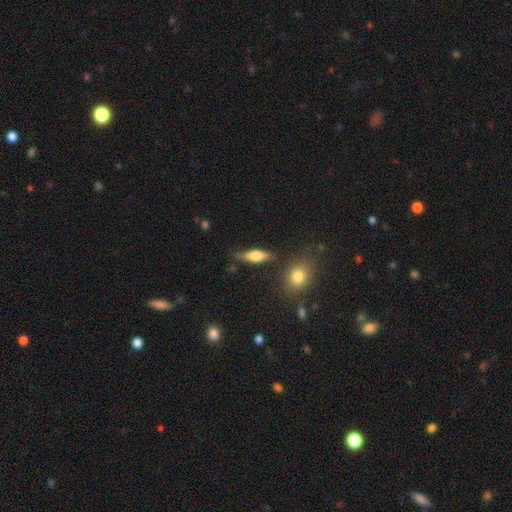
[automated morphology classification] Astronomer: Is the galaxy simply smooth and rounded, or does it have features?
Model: smooth — 59%.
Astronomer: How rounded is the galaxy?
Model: in between — 59% (runner-up: cigar-shaped, 37%).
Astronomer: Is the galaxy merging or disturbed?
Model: none — 66%.